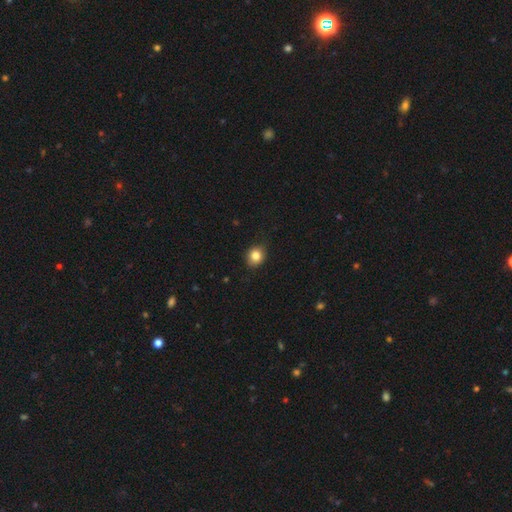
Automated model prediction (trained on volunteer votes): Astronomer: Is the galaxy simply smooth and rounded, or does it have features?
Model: smooth — 83%.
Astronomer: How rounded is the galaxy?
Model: round — 66%.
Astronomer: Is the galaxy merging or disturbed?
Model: none — 83%.